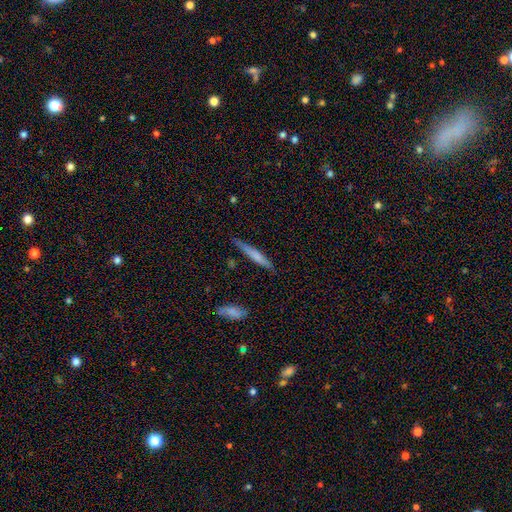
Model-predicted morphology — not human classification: smooth-or-featured: smooth: 56% | featured or disk: 38% | star or artifact: 6%
  how-rounded: cigar-shaped: 93% | in between: 5% | round: 2%
  merging: none: 82% | minor disturbance: 13% | major disturbance: 2% | merger: 2%